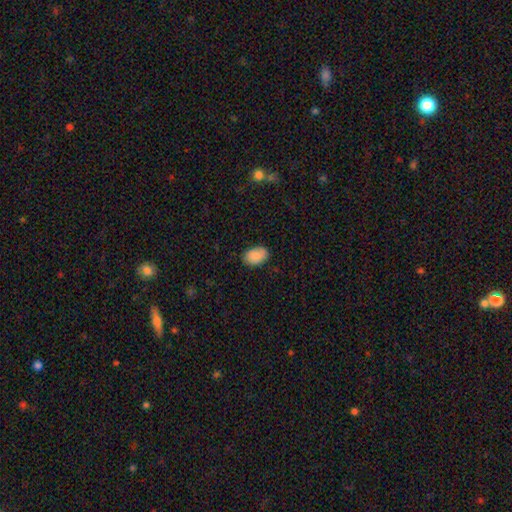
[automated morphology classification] This is clearly a smooth galaxy (89%). How rounded: clearly in between (87%). Merging: clearly none (84%).